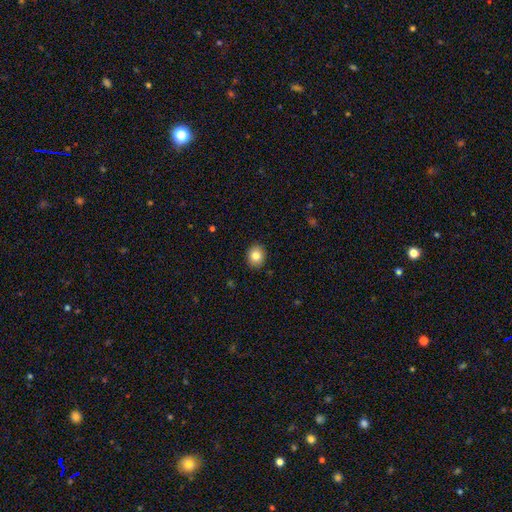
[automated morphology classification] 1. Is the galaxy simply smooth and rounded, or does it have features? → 82% smooth, 9% star or artifact, 9% featured or disk.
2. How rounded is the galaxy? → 61% round, 38% in between, 1% cigar-shaped.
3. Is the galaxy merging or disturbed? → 89% none, 8% minor disturbance, 2% major disturbance, 1% merger.